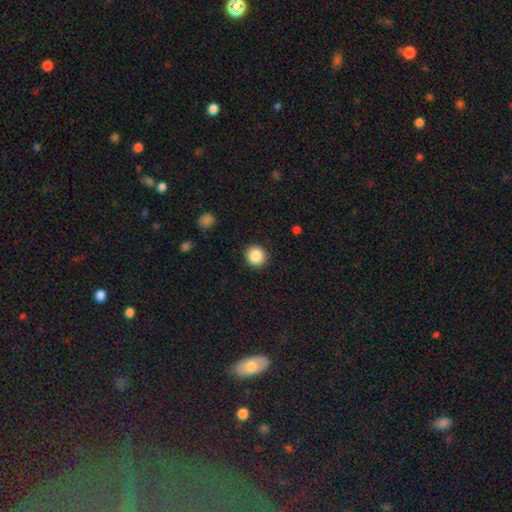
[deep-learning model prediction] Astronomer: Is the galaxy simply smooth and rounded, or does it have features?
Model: smooth — 87%.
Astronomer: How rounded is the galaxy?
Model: round — 92%.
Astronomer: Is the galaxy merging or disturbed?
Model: none — 91%.